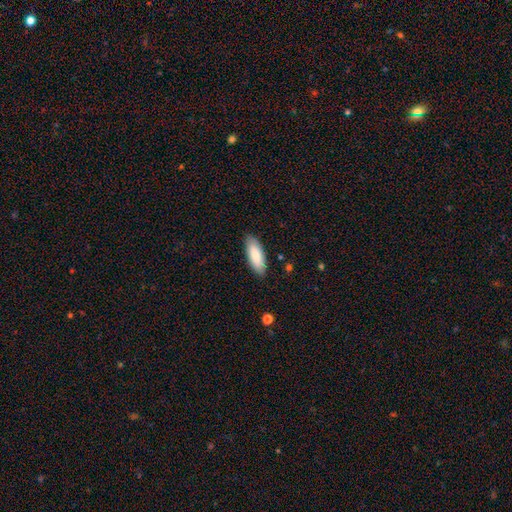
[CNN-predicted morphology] type=smooth (86%); roundness=in between (72%); merging=none (87%).